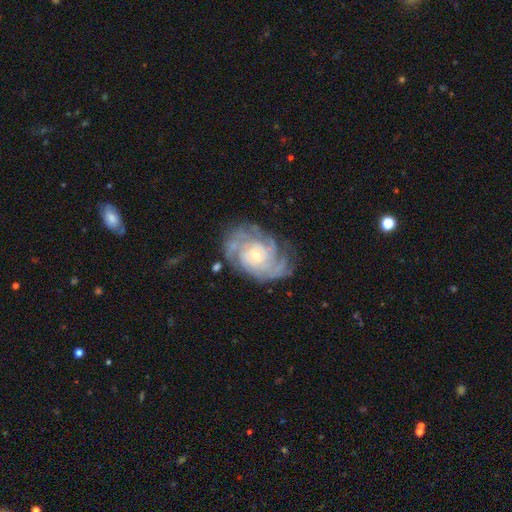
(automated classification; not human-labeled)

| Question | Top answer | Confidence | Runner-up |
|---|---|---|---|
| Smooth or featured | featured or disk | 87% | star or artifact (6%) |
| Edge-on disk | no | 97% | yes (3%) |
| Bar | no | 74% | weak (21%) |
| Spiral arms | yes | 97% | no (3%) |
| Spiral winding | tight | 71% | medium (25%) |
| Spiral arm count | can't tell | 25% | 3 (23%) |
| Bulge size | small | 68% | moderate (28%) |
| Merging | none | 74% | minor disturbance (17%) |